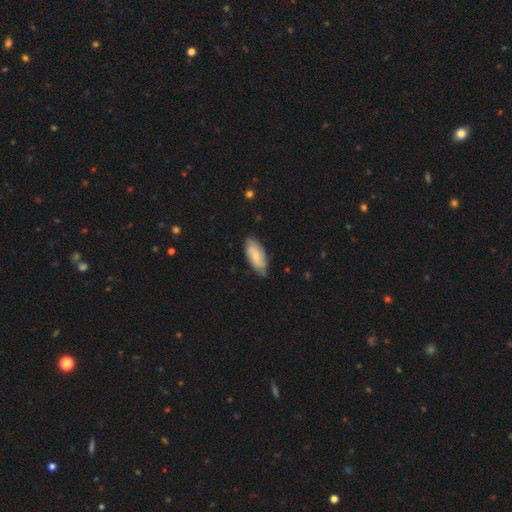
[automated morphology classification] Overall: smooth (65%; featured or disk 29%). How rounded: in between (86%). Merging: none (72%).